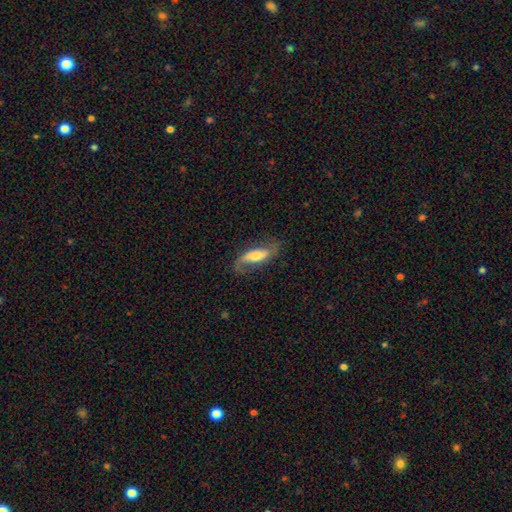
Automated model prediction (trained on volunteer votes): Smooth or featured: featured or disk — 67% (smooth — 26%)
Edge-on disk: no — 87% (yes — 13%)
Bar: weak — 35% (strong — 34%)
Spiral arms: yes — 91% (no — 9%)
Spiral winding: loose — 58% (medium — 31%)
Spiral arm count: 2 — 81% (1 — 12%)
Bulge size: moderate — 48% (small — 31%)
Merging: none — 68% (minor disturbance — 19%)